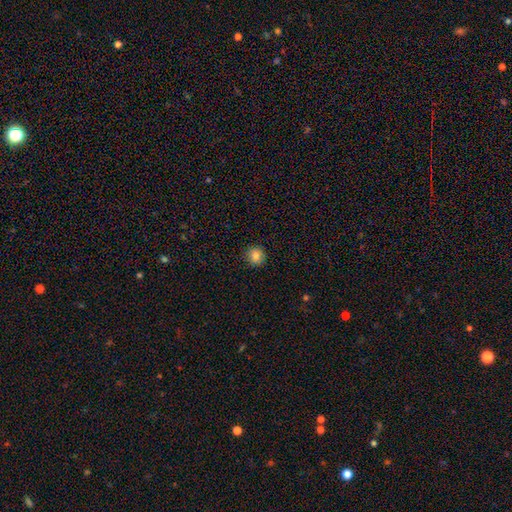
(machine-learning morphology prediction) Smooth or featured? Predicted: smooth (p=0.83). How rounded? Predicted: round (p=0.92). Merging? Predicted: none (p=0.91).